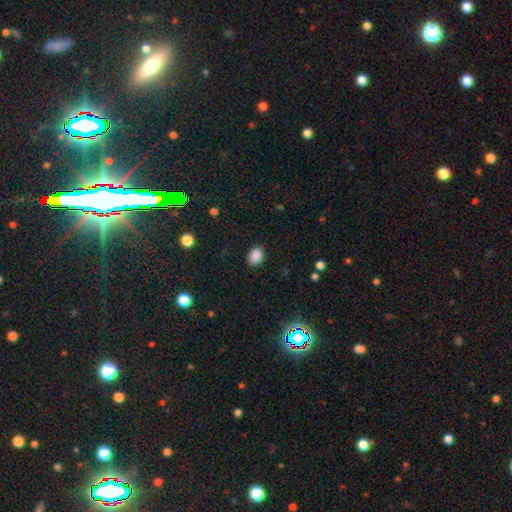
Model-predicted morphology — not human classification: type=smooth (87%); roundness=in between (70%); merging=none (87%).